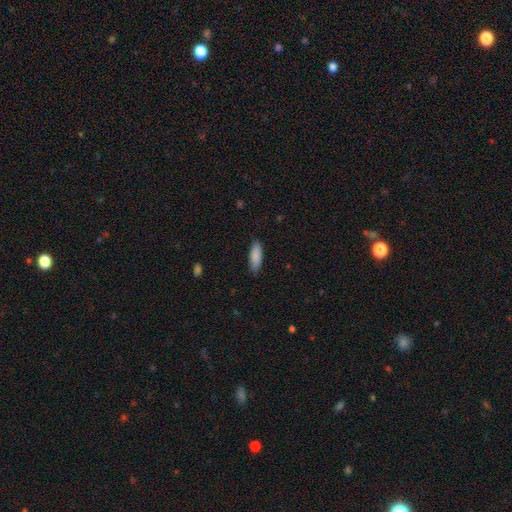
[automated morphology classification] A smooth galaxy with no disk features (89%) that is in between round and cigar-shaped (59%). Merging: none (86%).